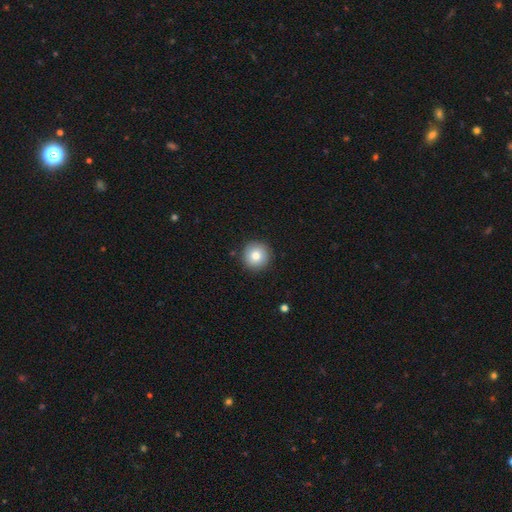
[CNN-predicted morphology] Smooth or featured?
  - smooth: 80% *
  - featured or disk: 11%
  - star or artifact: 9%
How rounded?
  - round: 95% *
  - in between: 4%
  - cigar-shaped: 1%
Merging?
  - none: 91% *
  - minor disturbance: 6%
  - major disturbance: 2%
  - merger: 1%